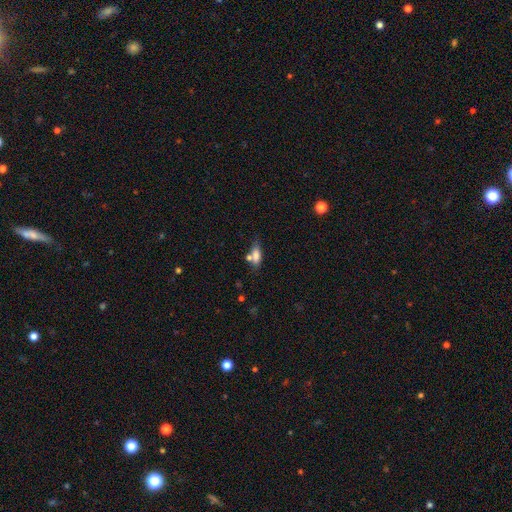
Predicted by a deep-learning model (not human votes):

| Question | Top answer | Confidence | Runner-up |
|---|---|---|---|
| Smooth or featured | smooth | 74% | featured or disk (16%) |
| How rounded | in between | 68% | cigar-shaped (27%) |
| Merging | none | 51% | merger (24%) |